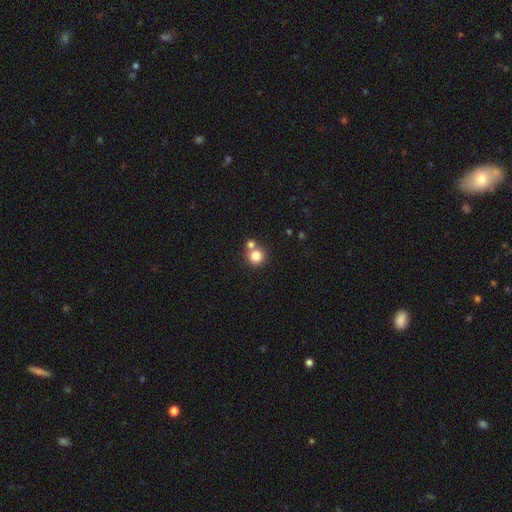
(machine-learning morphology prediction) smooth-or-featured: smooth: 82% | star or artifact: 11% | featured or disk: 7%
  how-rounded: round: 92% | in between: 7% | cigar-shaped: 1%
  merging: none: 60% | merger: 31% | minor disturbance: 7% | major disturbance: 2%